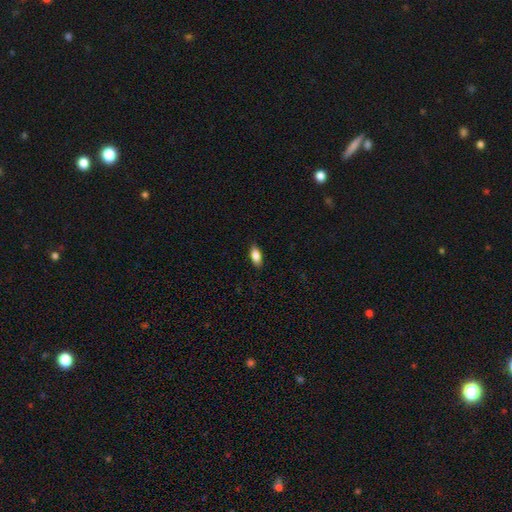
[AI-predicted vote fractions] This appears to be a smooth galaxy with no disk features (85%) that is in between round and cigar-shaped (86%). Merging: none (87%).